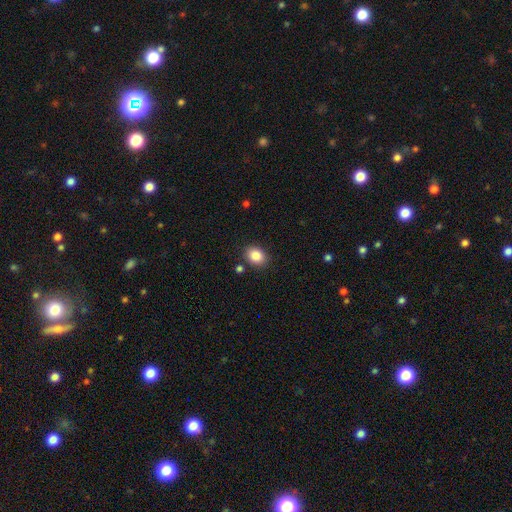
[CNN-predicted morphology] Q: Smooth or featured?
A: smooth (86%); runner-up: star or artifact (9%)
Q: How rounded?
A: in between (53%); runner-up: round (47%)
Q: Merging?
A: none (85%); runner-up: minor disturbance (9%)